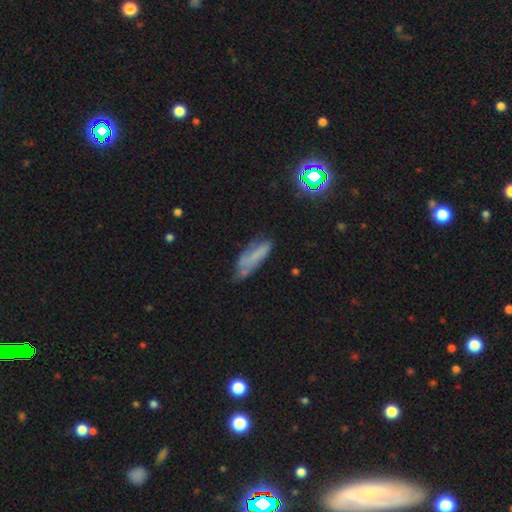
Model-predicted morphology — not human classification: Smooth or featured? smooth (48%)
Merging? none (42%)